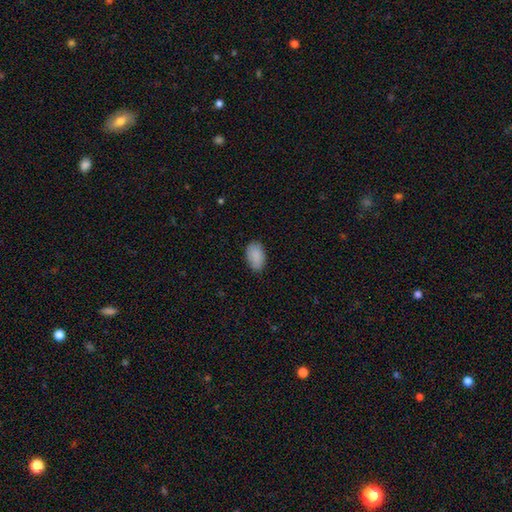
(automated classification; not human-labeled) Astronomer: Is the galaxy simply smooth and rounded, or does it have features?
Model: smooth — 89%.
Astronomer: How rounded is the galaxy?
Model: in between — 93%.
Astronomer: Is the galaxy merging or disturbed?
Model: none — 81%.